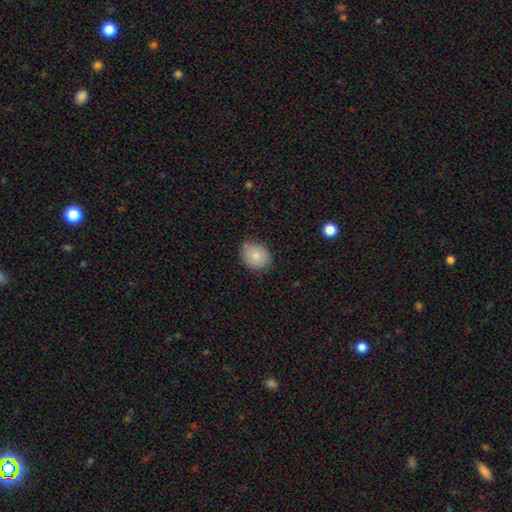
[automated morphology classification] Smooth or featured? Predicted: smooth (p=0.80). How rounded? Predicted: round (p=0.64). Merging? Predicted: none (p=0.78).